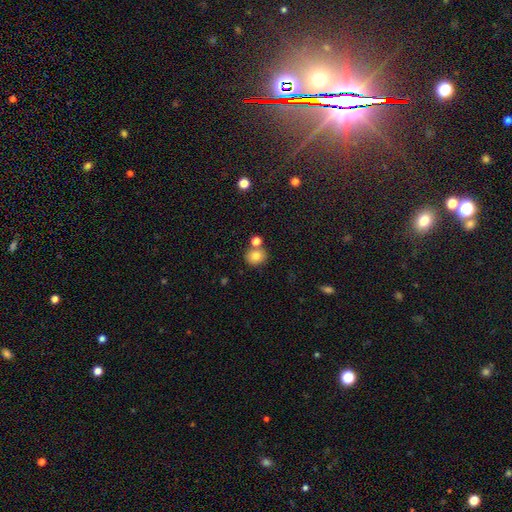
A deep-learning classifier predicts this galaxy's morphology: A smooth galaxy with no disk features (80%) that is round (78%).

Vote fractions:
- Smooth or featured? smooth: 80% / star or artifact: 11% / featured or disk: 9%
- How rounded? round: 78% / in between: 21% / cigar-shaped: 1%
- Merging? none: 67% / merger: 21% / minor disturbance: 9% / major disturbance: 3%